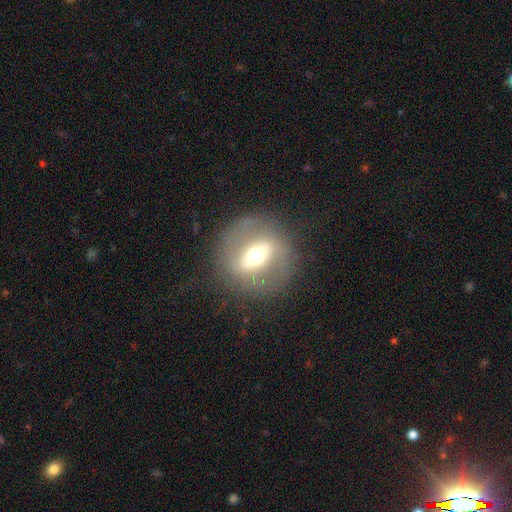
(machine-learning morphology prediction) Smooth or featured: featured or disk — 70% (smooth — 22%)
Edge-on disk: no — 79% (yes — 21%)
Bar: strong — 65% (weak — 24%)
Spiral arms: no — 64% (yes — 36%)
Bulge size: moderate — 67% (large — 18%)
Merging: none — 82% (minor disturbance — 10%)